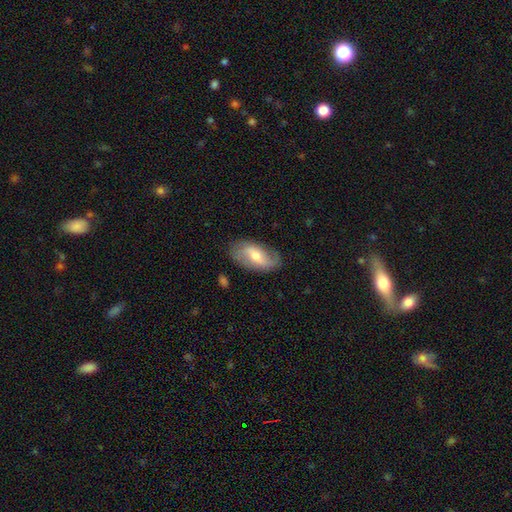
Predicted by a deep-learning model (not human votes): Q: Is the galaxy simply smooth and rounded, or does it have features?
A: featured or disk — 64%.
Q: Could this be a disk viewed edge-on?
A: no — 93%.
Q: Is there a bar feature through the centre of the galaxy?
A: weak — 50%.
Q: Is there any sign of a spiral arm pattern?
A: yes — 85%.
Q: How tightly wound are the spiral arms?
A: loose — 59%.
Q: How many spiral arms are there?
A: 2 — 82%.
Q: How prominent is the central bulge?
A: moderate — 61%.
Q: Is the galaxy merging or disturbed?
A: none — 77%.